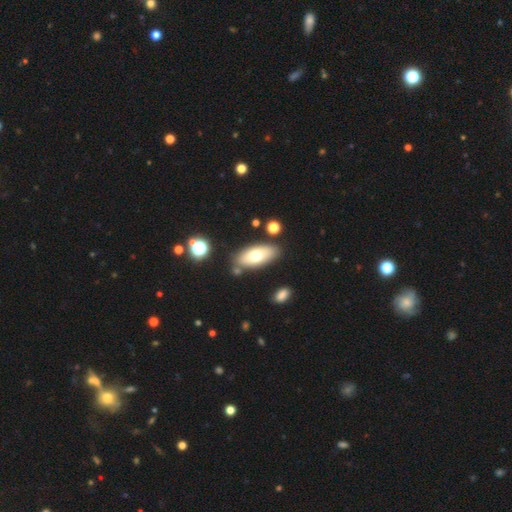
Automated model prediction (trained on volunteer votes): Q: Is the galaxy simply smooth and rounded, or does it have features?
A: smooth — 66%.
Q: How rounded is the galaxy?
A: in between — 87%.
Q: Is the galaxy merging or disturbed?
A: none — 78%.